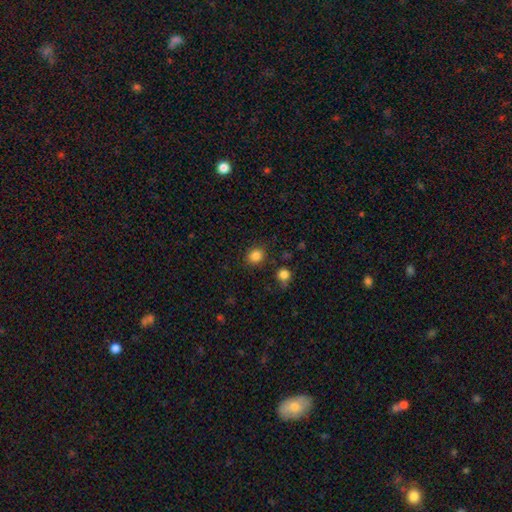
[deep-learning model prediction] Overall: smooth (85%). How rounded: round (76%). Merging: none (84%).